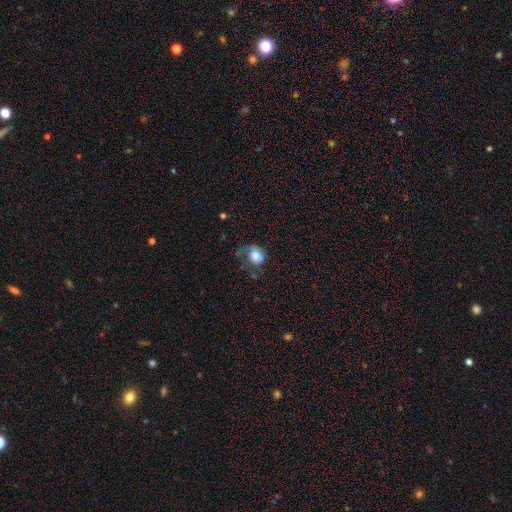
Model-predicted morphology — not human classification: A smooth galaxy with no disk features (57%) that is round (62%). Merging: major disturbance (41%).